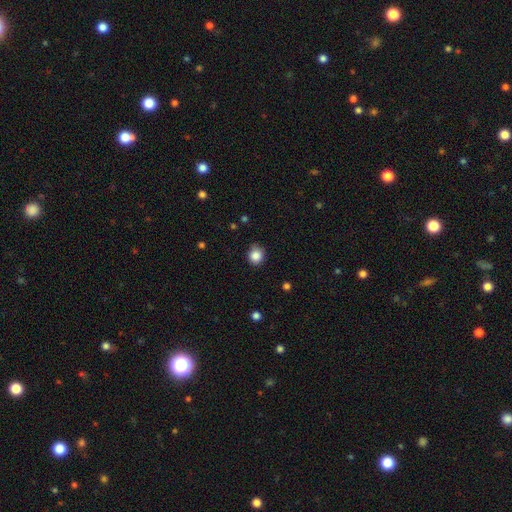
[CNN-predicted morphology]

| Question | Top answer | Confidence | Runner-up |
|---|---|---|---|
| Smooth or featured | smooth | 86% | star or artifact (10%) |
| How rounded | round | 83% | in between (16%) |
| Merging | none | 80% | minor disturbance (16%) |